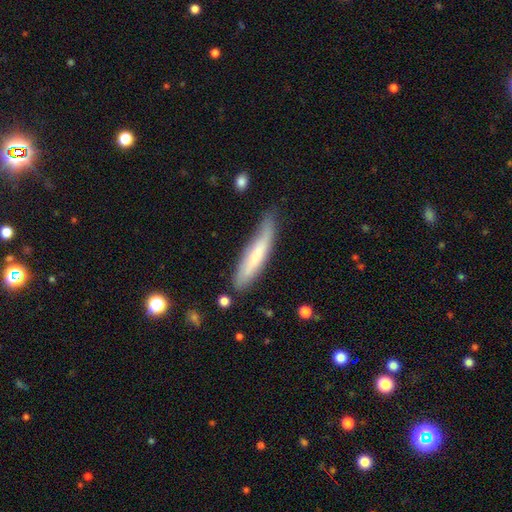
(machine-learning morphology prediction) Smooth or featured: smooth — 64% (featured or disk — 29%)
How rounded: cigar-shaped — 86% (in between — 13%)
Merging: none — 65% (minor disturbance — 26%)